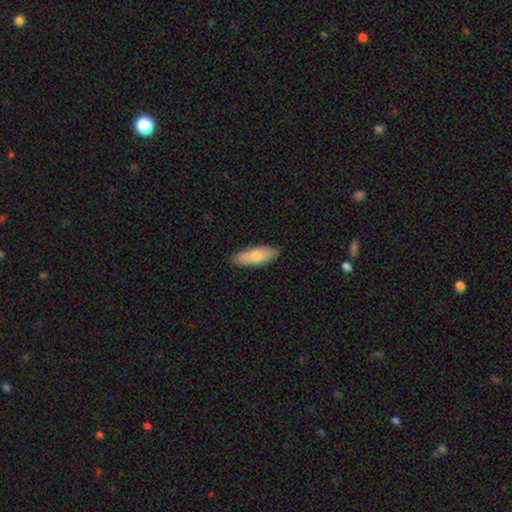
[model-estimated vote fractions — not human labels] Q: Smooth or featured?
A: smooth (79%); runner-up: featured or disk (16%)
Q: How rounded?
A: in between (68%); runner-up: cigar-shaped (30%)
Q: Merging?
A: none (87%); runner-up: minor disturbance (10%)